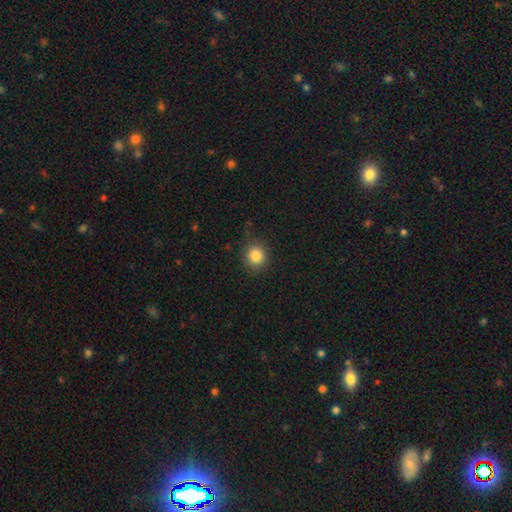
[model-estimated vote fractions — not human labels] This appears to be a smooth galaxy with no disk features (85%) that is round (84%). Merging: none (86%).